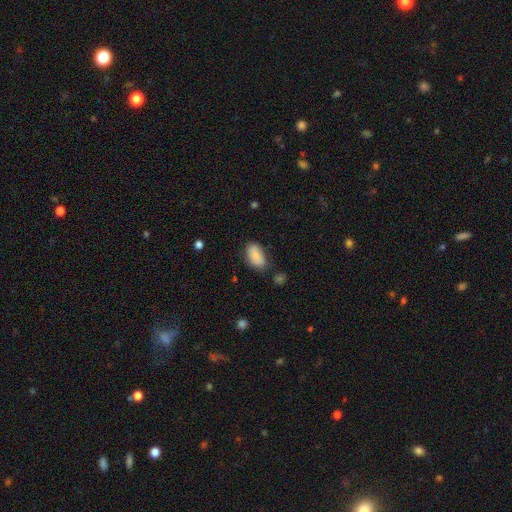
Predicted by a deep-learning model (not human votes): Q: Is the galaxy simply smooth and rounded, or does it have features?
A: smooth — 80%.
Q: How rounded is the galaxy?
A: in between — 93%.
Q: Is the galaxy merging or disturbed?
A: none — 70%.